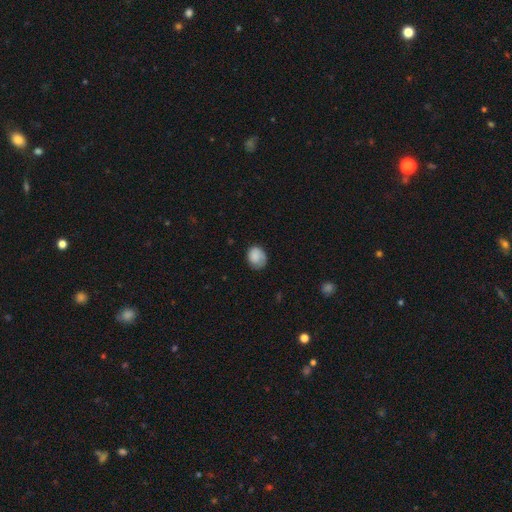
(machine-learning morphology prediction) Smooth or featured?
  - smooth: 76% *
  - featured or disk: 16%
  - star or artifact: 7%
How rounded?
  - round: 56% *
  - in between: 43%
  - cigar-shaped: 1%
Merging?
  - none: 64% *
  - minor disturbance: 25%
  - major disturbance: 10%
  - merger: 1%